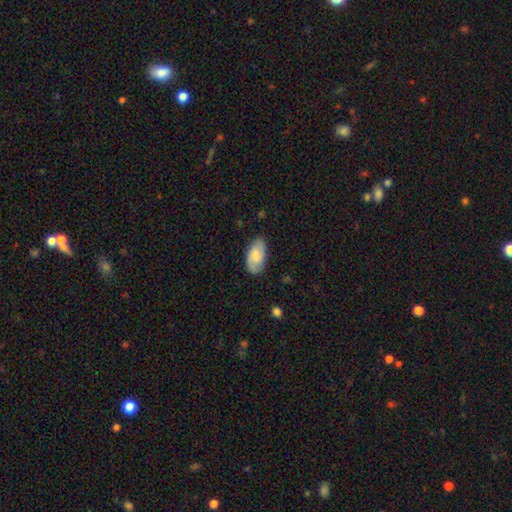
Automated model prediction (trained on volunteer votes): The model was most divided on "smooth or featured": smooth: 71%, featured or disk: 23%, star or artifact: 6%. More confident: how rounded — in between (94%); merging — none (77%).